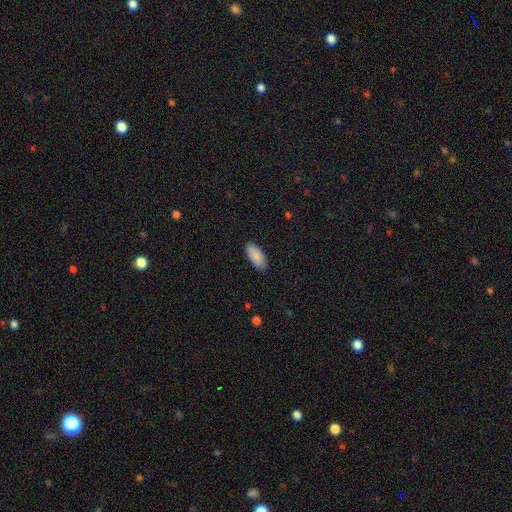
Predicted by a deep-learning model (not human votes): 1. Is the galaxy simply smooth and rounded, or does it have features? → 89% smooth, 6% star or artifact, 5% featured or disk.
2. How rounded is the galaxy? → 91% in between, 8% cigar-shaped, 2% round.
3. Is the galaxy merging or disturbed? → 89% none, 8% minor disturbance, 2% major disturbance, 1% merger.